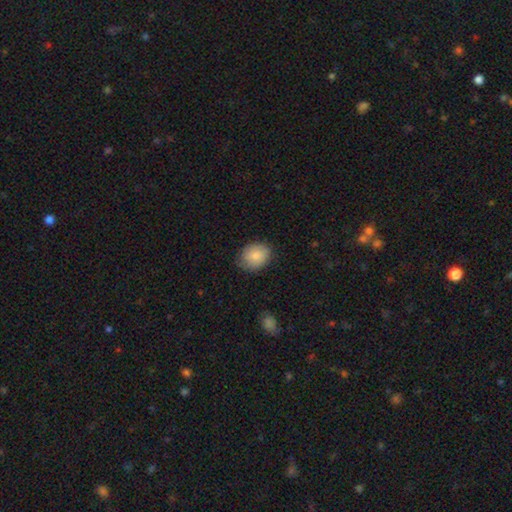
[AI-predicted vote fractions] Morphology: type=smooth (83%); roundness=round (56%); merging=none (76%).